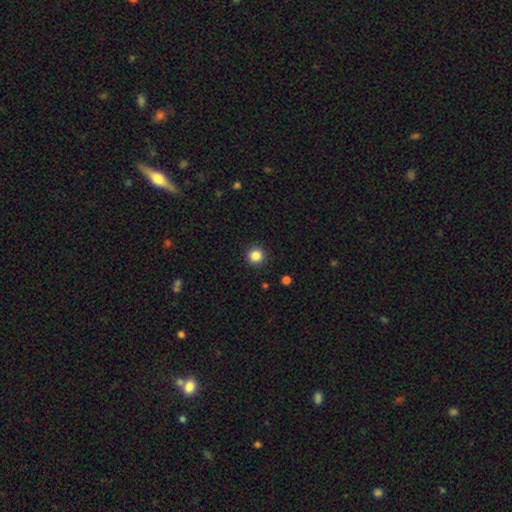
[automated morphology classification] Smooth or featured?
  - smooth: 85% *
  - star or artifact: 11%
  - featured or disk: 3%
How rounded?
  - round: 96% *
  - in between: 4%
  - cigar-shaped: 1%
Merging?
  - none: 92% *
  - minor disturbance: 5%
  - major disturbance: 2%
  - merger: 1%